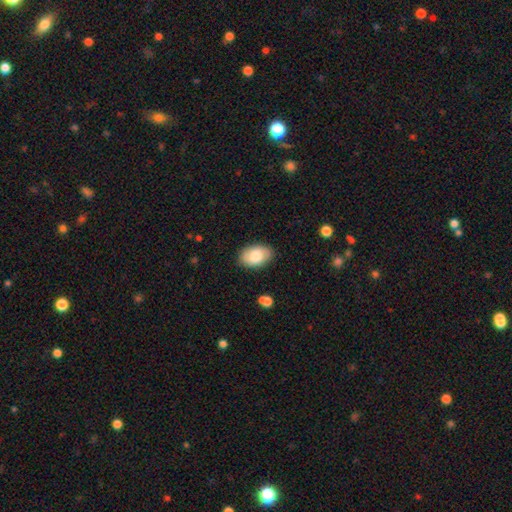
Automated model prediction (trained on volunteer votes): Morphology: type=smooth (79%); roundness=in between (92%); merging=none (84%).